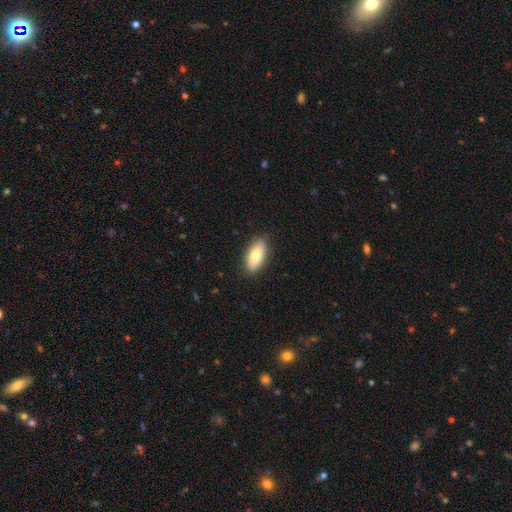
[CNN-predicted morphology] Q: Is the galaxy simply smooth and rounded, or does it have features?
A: smooth — 76%.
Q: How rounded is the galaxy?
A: in between — 88%.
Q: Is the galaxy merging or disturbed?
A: none — 88%.